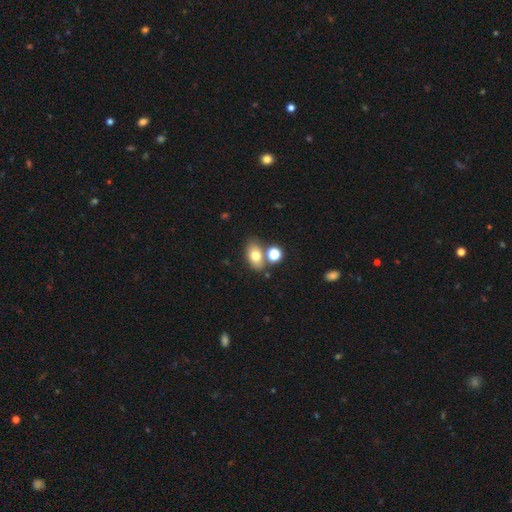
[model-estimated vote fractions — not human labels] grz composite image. It shows a smooth galaxy with no disk features (74%) that is in between round and cigar-shaped (81%). Merging: none (65%).